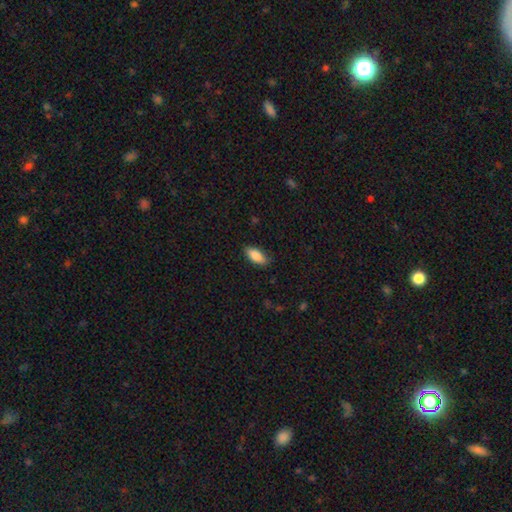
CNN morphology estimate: Smooth or featured: smooth — 86% (featured or disk — 7%)
How rounded: in between — 87% (cigar-shaped — 10%)
Merging: none — 85% (minor disturbance — 12%)